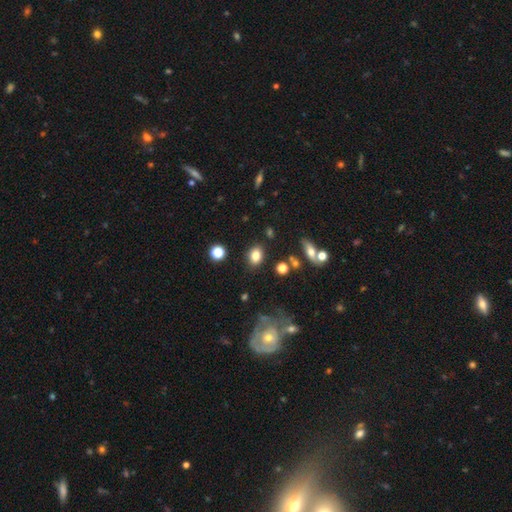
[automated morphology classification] Q: Smooth or featured?
A: smooth (81%); runner-up: star or artifact (11%)
Q: How rounded?
A: in between (70%); runner-up: round (28%)
Q: Merging?
A: none (83%); runner-up: minor disturbance (10%)